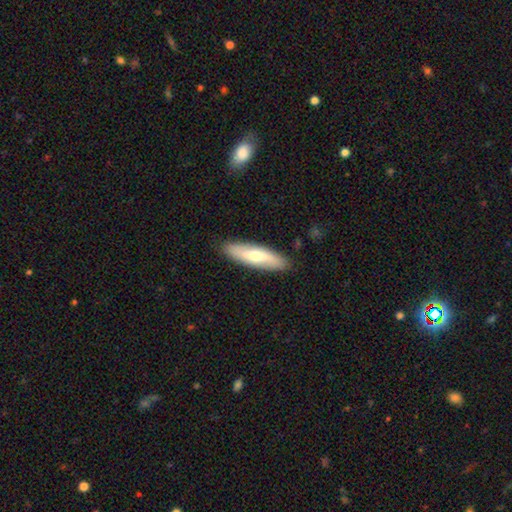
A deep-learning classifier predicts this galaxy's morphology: smooth 58%, featured or disk 37%, star or artifact 5%. Down the decision tree: how rounded — cigar-shaped (62%); merging — none (88%).